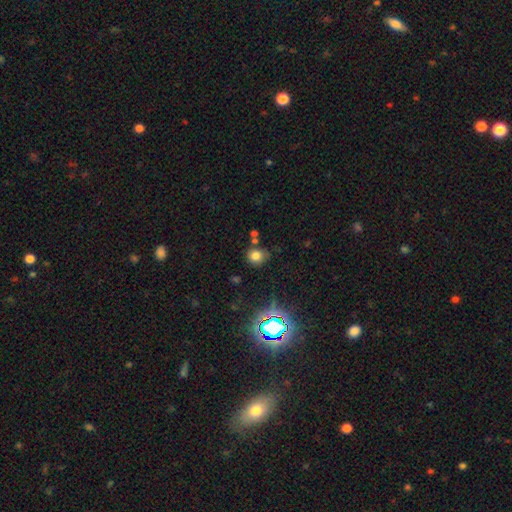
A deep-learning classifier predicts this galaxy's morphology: Overall: smooth (75%). How rounded: round (76%). Merging: none (69%).